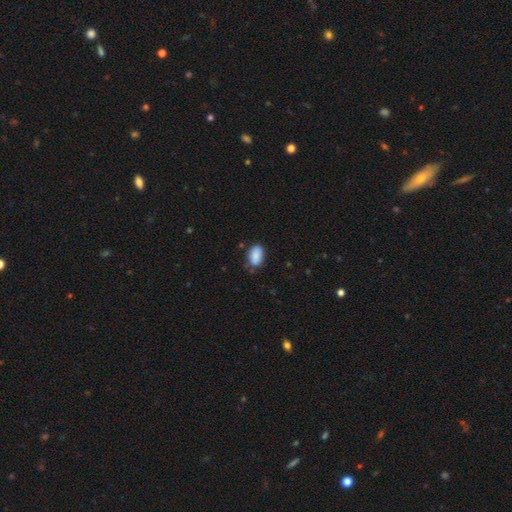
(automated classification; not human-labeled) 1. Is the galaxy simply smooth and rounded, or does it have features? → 87% smooth, 7% star or artifact, 6% featured or disk.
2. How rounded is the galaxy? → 91% in between, 7% round, 2% cigar-shaped.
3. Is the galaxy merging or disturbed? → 71% none, 22% minor disturbance, 4% major disturbance, 2% merger.